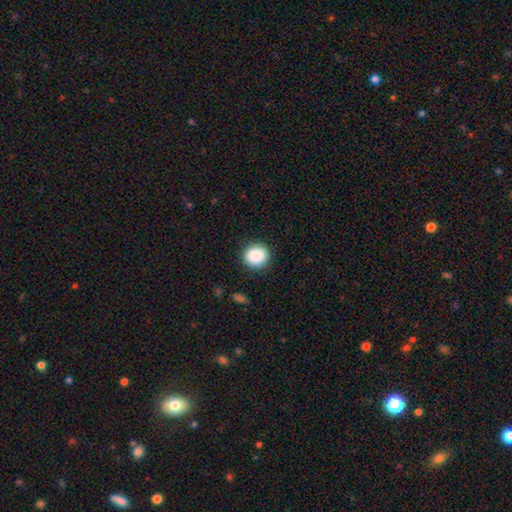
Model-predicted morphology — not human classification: Smooth or featured? smooth (88%)
How rounded? round (89%)
Merging? none (89%)